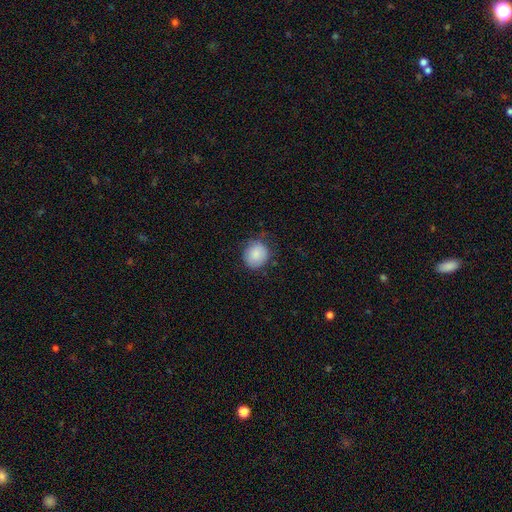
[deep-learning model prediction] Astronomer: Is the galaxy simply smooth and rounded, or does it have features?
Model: smooth — 85%.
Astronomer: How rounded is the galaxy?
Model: round — 79%.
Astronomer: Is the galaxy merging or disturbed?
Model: none — 73%.